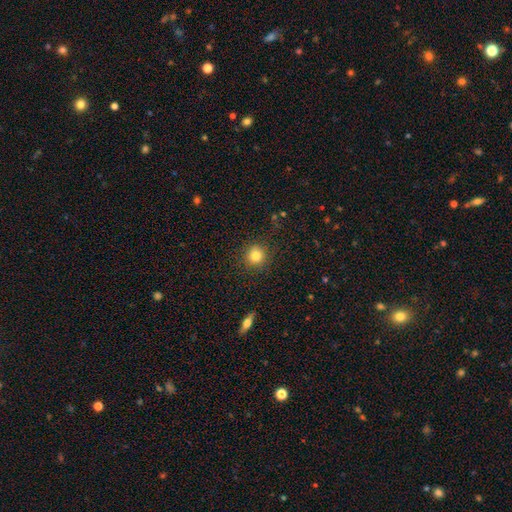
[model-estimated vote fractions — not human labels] This is clearly a smooth galaxy (82%). How rounded: clearly round (92%). Merging: clearly none (88%).